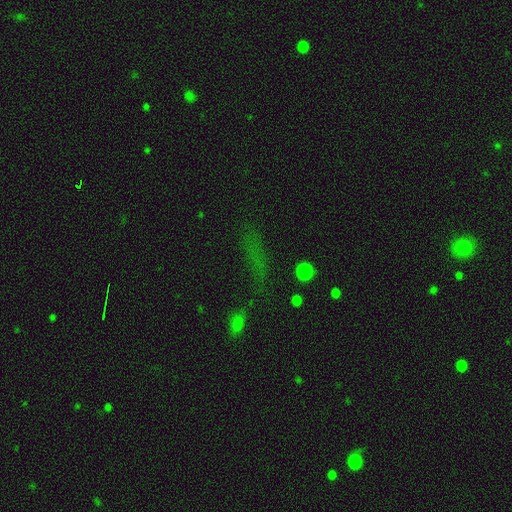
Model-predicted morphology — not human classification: Overall: star or artifact (57%; smooth 30%).